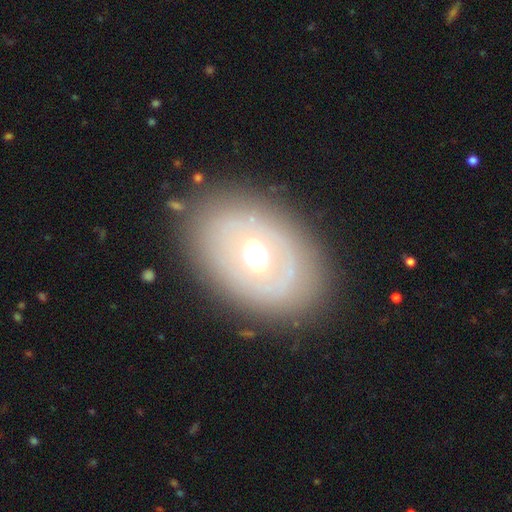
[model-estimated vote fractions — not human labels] This is possibly a featured or disk galaxy (51%). It is clearly not viewed edge-on (91%). Merging: clearly none (82%).